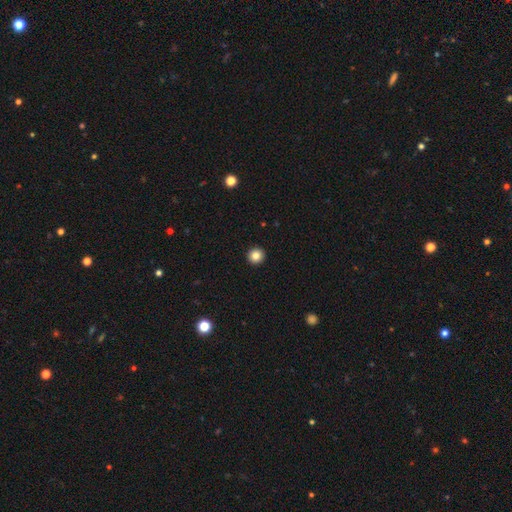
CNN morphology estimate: Smooth or featured? Predicted: smooth (p=0.85). How rounded? Predicted: round (p=0.96). Merging? Predicted: none (p=0.94).